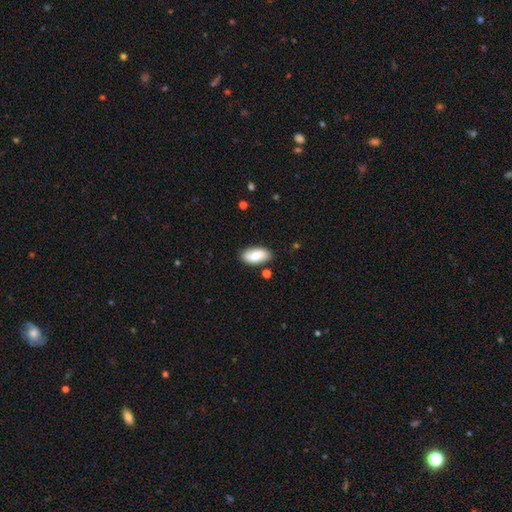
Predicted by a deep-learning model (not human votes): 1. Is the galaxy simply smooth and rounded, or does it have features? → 75% smooth, 18% featured or disk, 7% star or artifact.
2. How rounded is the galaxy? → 93% in between, 5% cigar-shaped, 3% round.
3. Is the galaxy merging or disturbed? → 82% none, 13% minor disturbance, 3% major disturbance, 3% merger.